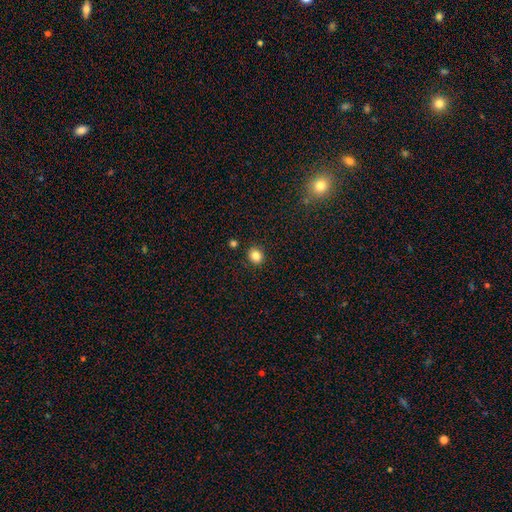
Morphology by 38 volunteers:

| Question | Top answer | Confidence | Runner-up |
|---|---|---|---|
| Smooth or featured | smooth | 95% | star or artifact (5%) |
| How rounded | round | 92% | in between (8%) |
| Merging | none | 94% | minor disturbance (6%) |